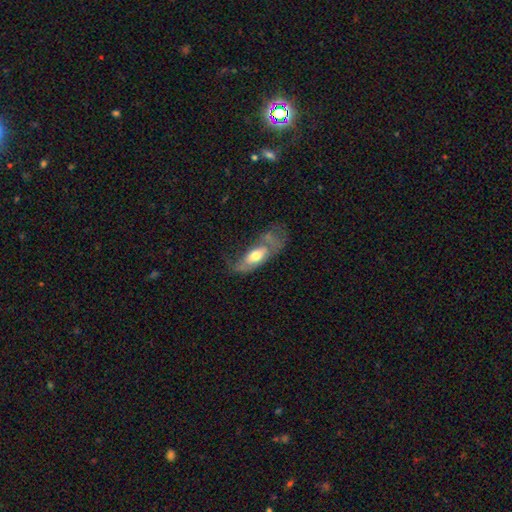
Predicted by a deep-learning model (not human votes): Q: Smooth or featured?
A: smooth (49%); runner-up: featured or disk (45%)
Q: Merging?
A: major disturbance (38%); runner-up: none (27%)